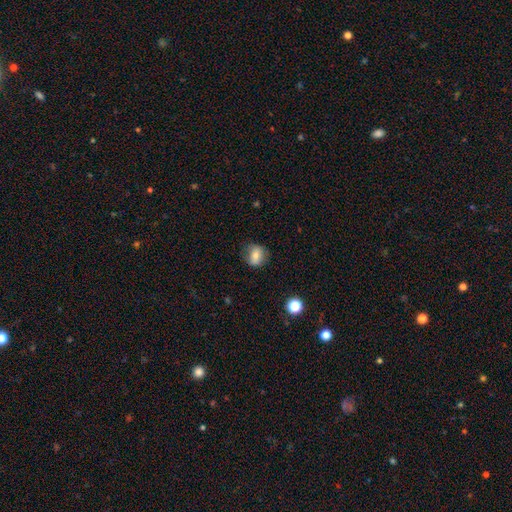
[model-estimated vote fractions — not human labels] Smooth or featured? Predicted: smooth (p=0.71). How rounded? Predicted: round (p=0.66). Merging? Predicted: none (p=0.74).